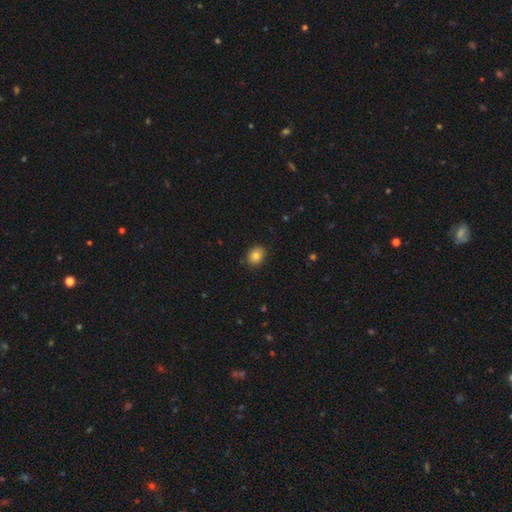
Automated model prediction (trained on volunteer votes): This is clearly a smooth galaxy (83%). How rounded: possibly in between (55%). Merging: clearly none (87%).